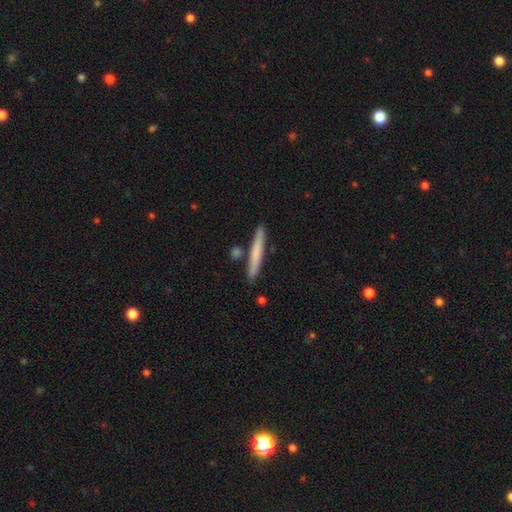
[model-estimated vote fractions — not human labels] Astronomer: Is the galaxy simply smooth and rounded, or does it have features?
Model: smooth — 69%.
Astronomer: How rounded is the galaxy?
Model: cigar-shaped — 96%.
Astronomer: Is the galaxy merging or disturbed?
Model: none — 85%.